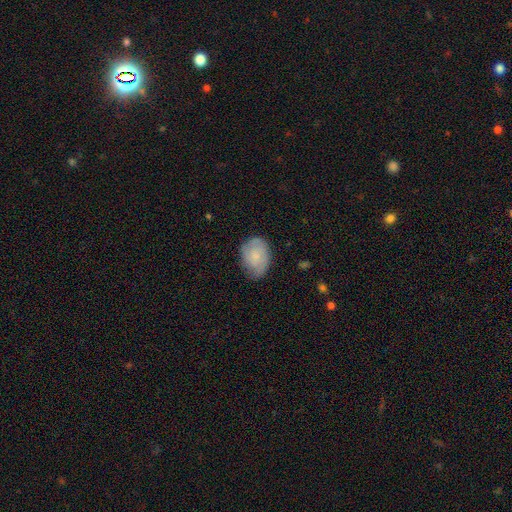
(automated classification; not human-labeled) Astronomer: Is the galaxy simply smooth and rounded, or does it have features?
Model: smooth — 64%.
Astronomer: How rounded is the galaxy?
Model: in between — 70%.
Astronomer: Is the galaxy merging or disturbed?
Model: none — 64%.